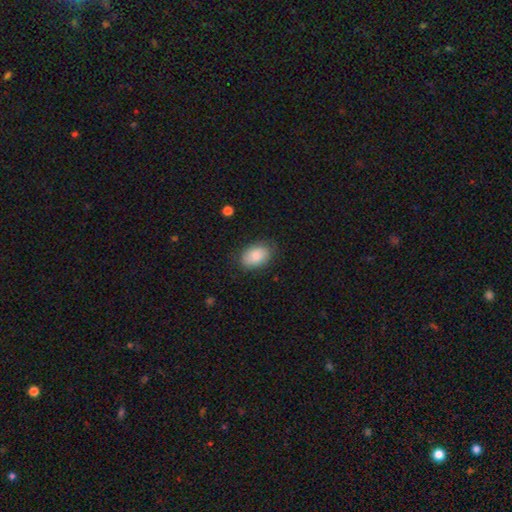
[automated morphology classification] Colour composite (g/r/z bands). It shows a smooth galaxy with no disk features (81%) that is in between round and cigar-shaped (86%). Merging: none (77%).